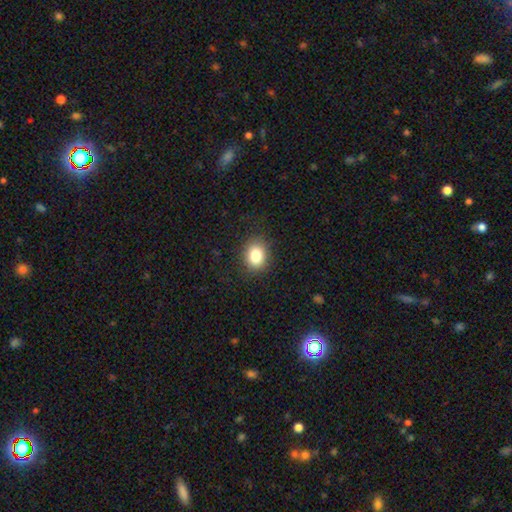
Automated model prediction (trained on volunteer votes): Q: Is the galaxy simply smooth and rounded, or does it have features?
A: smooth — 82%.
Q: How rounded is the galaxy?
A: round — 56%.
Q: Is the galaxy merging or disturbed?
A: none — 87%.